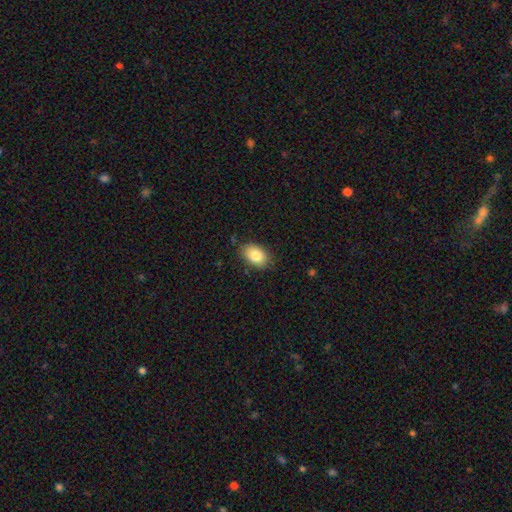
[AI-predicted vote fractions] smooth 82%, featured or disk 10%, star or artifact 8%. Down the decision tree: how rounded — in between (86%); merging — none (82%).